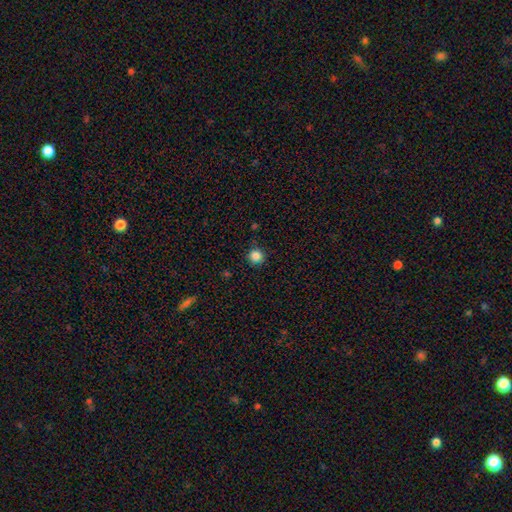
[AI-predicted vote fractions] Overall: smooth (85%). How rounded: round (94%). Merging: none (86%).